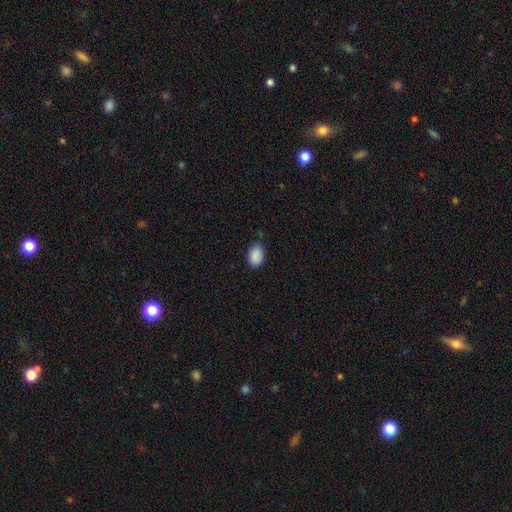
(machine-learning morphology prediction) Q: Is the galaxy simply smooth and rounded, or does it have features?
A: smooth — 90%.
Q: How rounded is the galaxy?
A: in between — 85%.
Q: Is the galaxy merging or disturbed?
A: none — 78%.